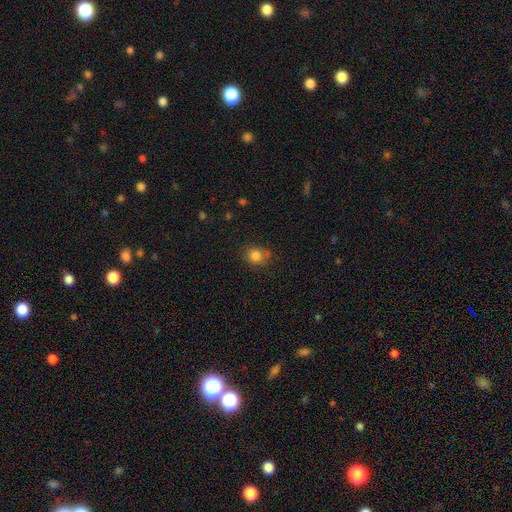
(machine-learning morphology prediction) Smooth or featured: smooth — 82% (star or artifact — 12%)
How rounded: round — 77% (in between — 23%)
Merging: none — 72% (minor disturbance — 18%)